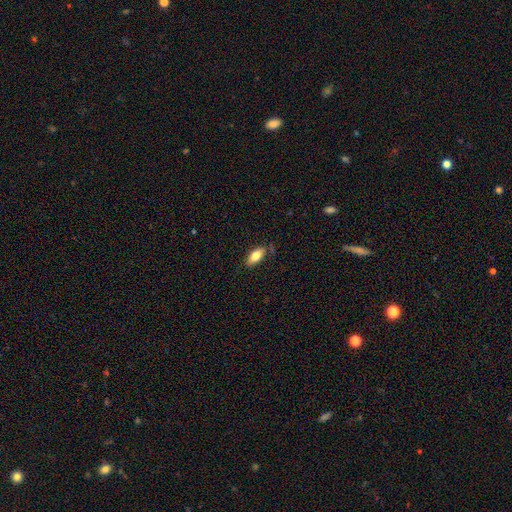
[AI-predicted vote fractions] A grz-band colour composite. It shows a smooth galaxy with no disk features (77%) that is in between round and cigar-shaped (86%). Merging: none (79%).